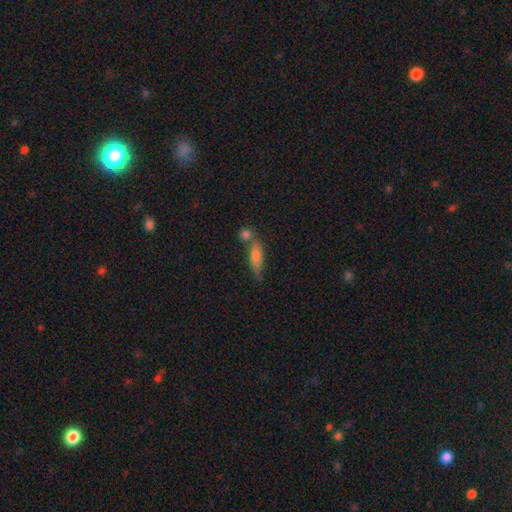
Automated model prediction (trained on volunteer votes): Q: Smooth or featured?
A: smooth (56%); runner-up: featured or disk (32%)
Q: How rounded?
A: cigar-shaped (58%); runner-up: in between (38%)
Q: Merging?
A: none (55%); runner-up: merger (24%)